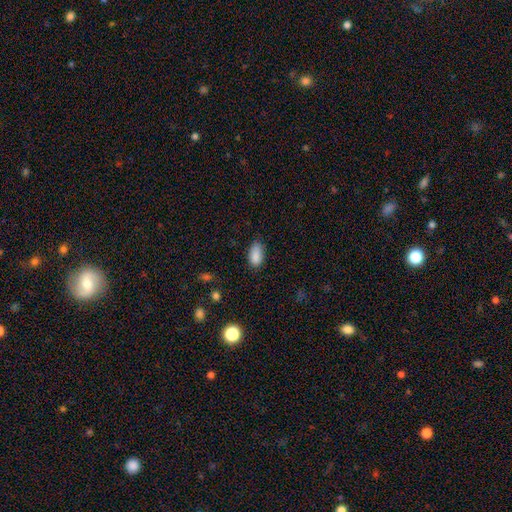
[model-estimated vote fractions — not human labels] smooth 87%, star or artifact 8%, featured or disk 4%. Down the decision tree: how rounded — in between (92%); merging — none (73%).